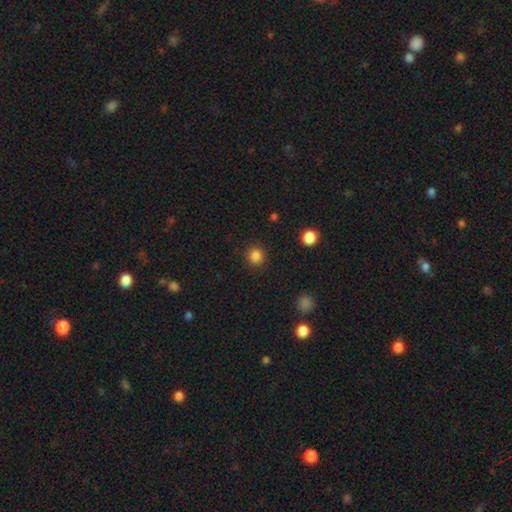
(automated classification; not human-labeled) Morphology: type=smooth (85%); roundness=round (93%); merging=none (91%).